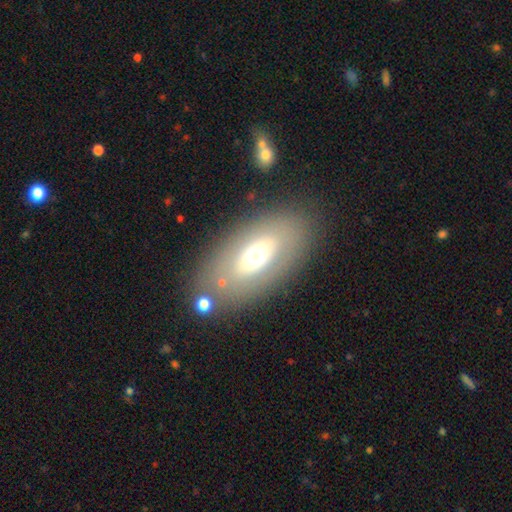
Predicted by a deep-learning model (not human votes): smooth_or_featured: smooth (p=0.55) [alt: featured or disk p=0.37]
how_rounded: in between (p=0.90) [alt: cigar-shaped p=0.05]
merging: none (p=0.80) [alt: minor disturbance p=0.11]